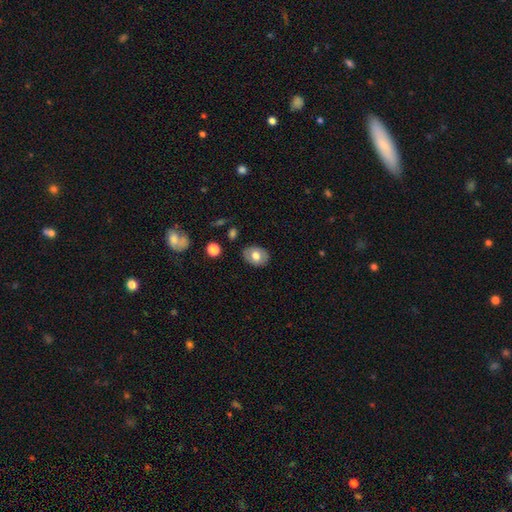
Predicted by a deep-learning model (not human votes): Overall: smooth (67%). How rounded: in between (66%; round 33%). Merging: none (84%).